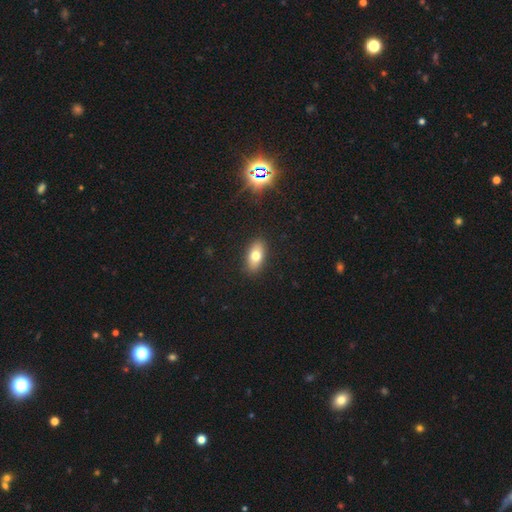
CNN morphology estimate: type=smooth (73%); roundness=in between (86%); merging=none (89%).